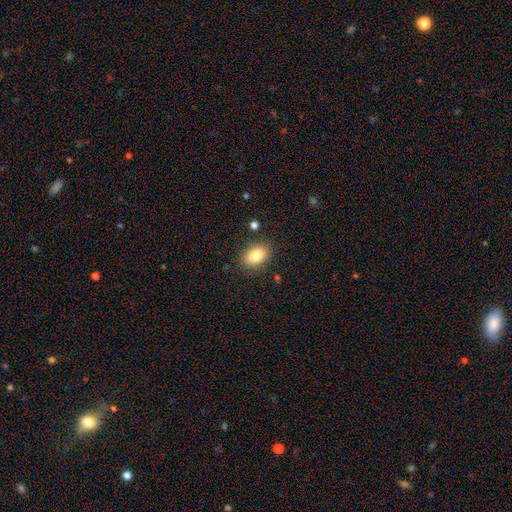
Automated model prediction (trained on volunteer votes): Overall: smooth (82%). How rounded: in between (73%). Merging: none (86%).